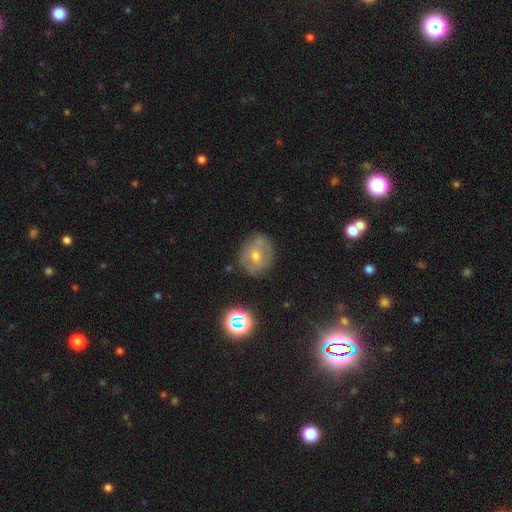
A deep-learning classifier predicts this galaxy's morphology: Smooth or featured? Predicted: featured or disk (p=0.45). Merging? Predicted: none (p=0.73).